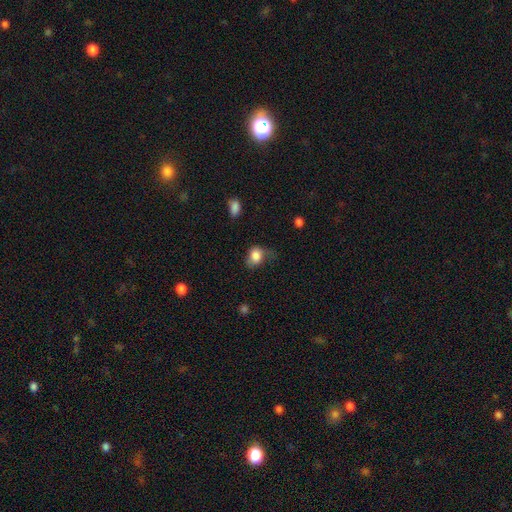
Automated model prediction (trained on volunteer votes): smooth 82%, featured or disk 10%, star or artifact 8%. Down the decision tree: how rounded — in between (51%); merging — none (40%).